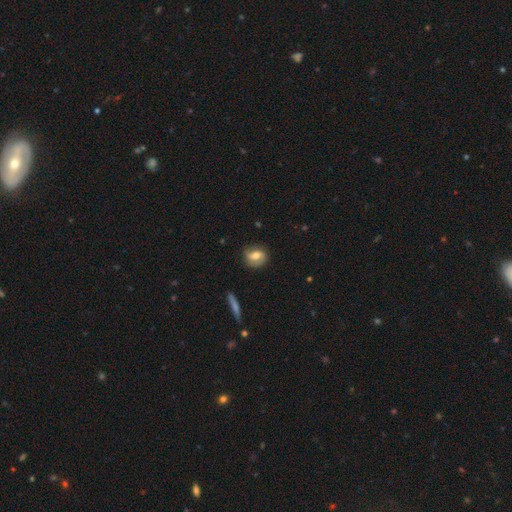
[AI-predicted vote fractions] Q: Smooth or featured?
A: smooth (51%); runner-up: featured or disk (41%)
Q: How rounded?
A: round (59%); runner-up: in between (38%)
Q: Merging?
A: none (80%); runner-up: minor disturbance (15%)